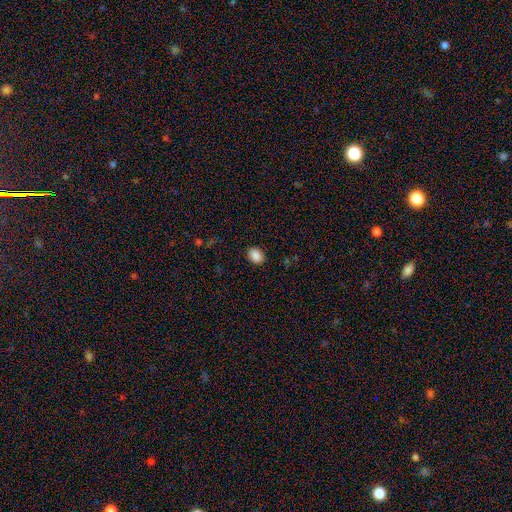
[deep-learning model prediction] smooth 88%, star or artifact 9%, featured or disk 3%. Down the decision tree: how rounded — in between (69%); merging — none (89%).